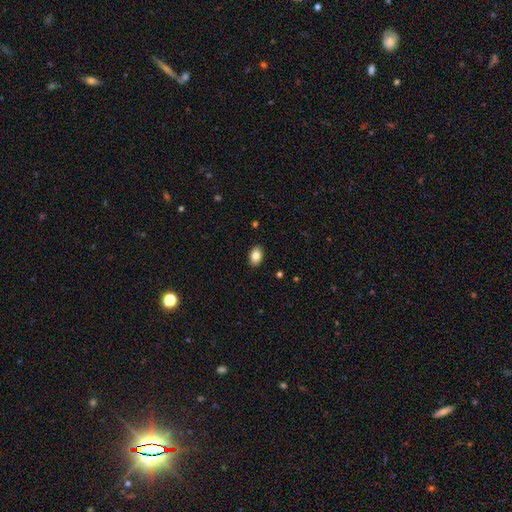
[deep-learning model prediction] Overall: smooth (84%). How rounded: in between (86%). Merging: none (89%).